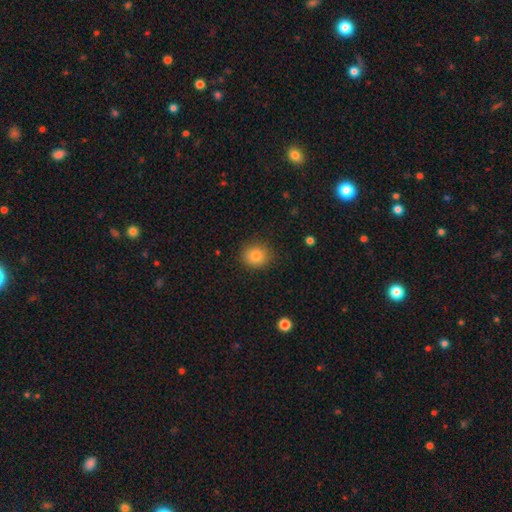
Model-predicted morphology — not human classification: A smooth galaxy with no disk features (83%) that is round (80%). Merging: none (88%).